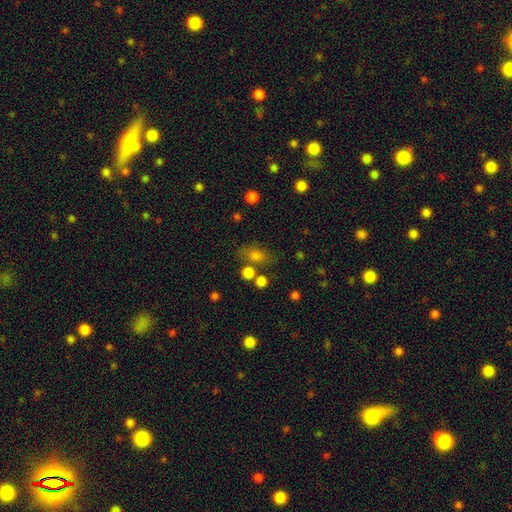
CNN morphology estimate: The model was most divided on "how rounded": in between: 70%, round: 26%, cigar-shaped: 4%. More confident: smooth or featured — smooth (75%); merging — none (62%).